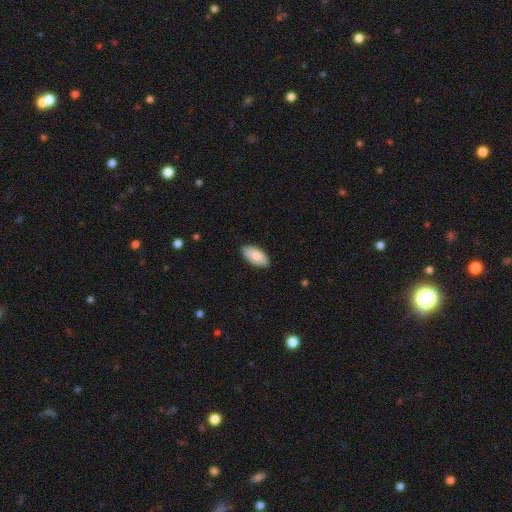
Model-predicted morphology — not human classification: This appears to be a smooth galaxy with no disk features (87%) that is in between round and cigar-shaped (95%). Merging: none (85%).